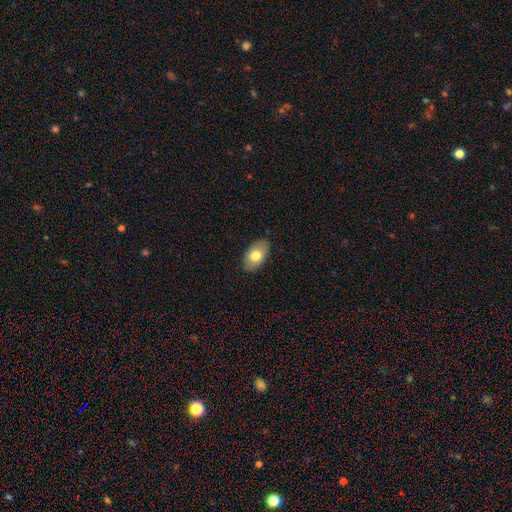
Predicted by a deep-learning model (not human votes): The model was most divided on "smooth or featured": smooth: 75%, featured or disk: 18%, star or artifact: 6%. More confident: how rounded — in between (93%); merging — none (87%).